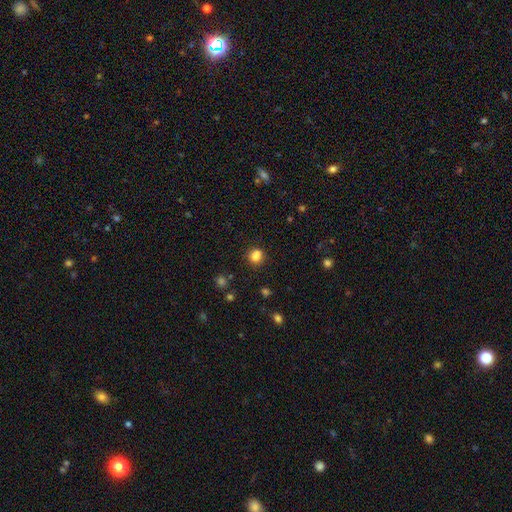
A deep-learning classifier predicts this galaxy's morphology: A smooth galaxy with no disk features (81%) that is round (70%).

Vote fractions:
- Smooth or featured? smooth: 81% / star or artifact: 13% / featured or disk: 6%
- How rounded? round: 70% / in between: 29% / cigar-shaped: 1%
- Merging? none: 69% / merger: 14% / minor disturbance: 13% / major disturbance: 4%